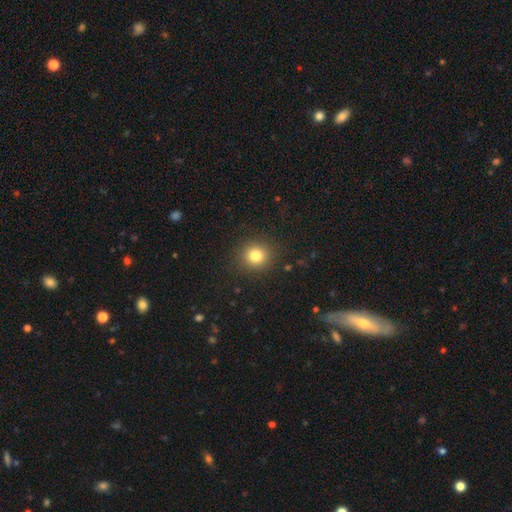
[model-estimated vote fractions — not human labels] Smooth or featured? Predicted: smooth (p=0.81). How rounded? Predicted: round (p=0.88). Merging? Predicted: none (p=0.89).